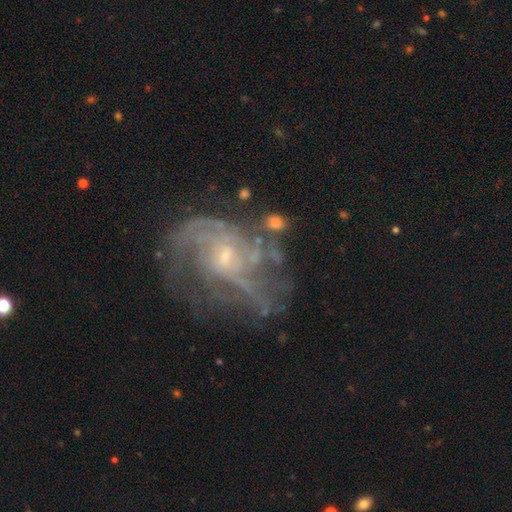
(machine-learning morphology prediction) Smooth or featured? Predicted: featured or disk (p=0.84). Edge-on disk? Predicted: no (p=0.97). Bar? Predicted: no (p=0.45, tied with weak). Spiral arms? Predicted: yes (p=0.90). Spiral winding? Predicted: medium (p=0.41). Spiral arm count? Predicted: can't tell (p=0.35). Bulge size? Predicted: small (p=0.61). Merging? Predicted: none (p=0.47).